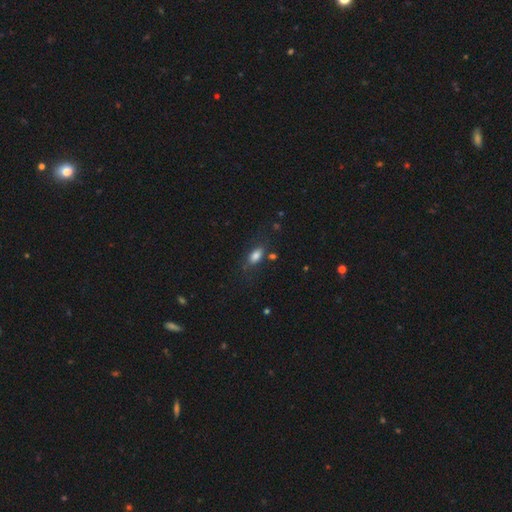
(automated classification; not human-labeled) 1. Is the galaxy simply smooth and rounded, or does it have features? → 80% smooth, 11% featured or disk, 9% star or artifact.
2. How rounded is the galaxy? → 84% in between, 10% cigar-shaped, 6% round.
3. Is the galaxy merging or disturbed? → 71% none, 18% minor disturbance, 8% major disturbance, 4% merger.